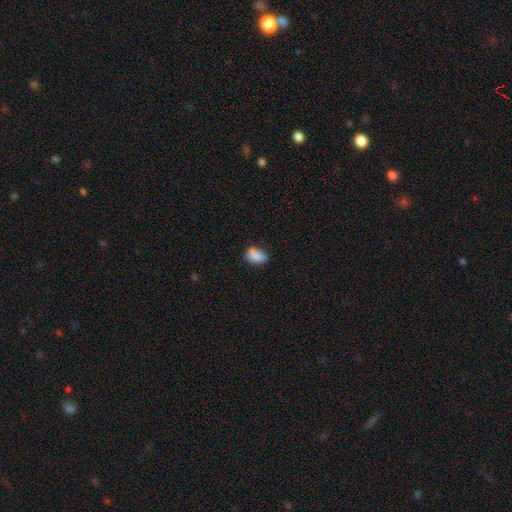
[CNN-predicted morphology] Smooth or featured? smooth (83%)
How rounded? in between (86%)
Merging? none (52%)